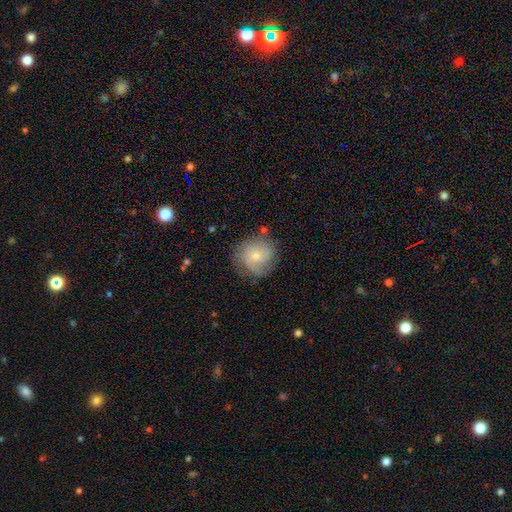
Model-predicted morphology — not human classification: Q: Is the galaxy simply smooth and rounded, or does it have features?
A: featured or disk — 55%.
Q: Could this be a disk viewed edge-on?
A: no — 98%.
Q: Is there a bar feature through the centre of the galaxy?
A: no — 71%.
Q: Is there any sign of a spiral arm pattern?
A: yes — 87%.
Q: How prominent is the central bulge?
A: small — 61%.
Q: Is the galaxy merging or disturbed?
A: none — 68%.